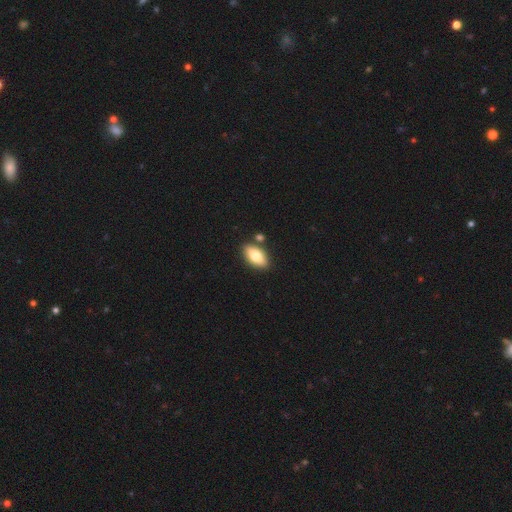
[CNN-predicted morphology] This is likely a smooth galaxy (75%). How rounded: clearly in between (91%). Merging: clearly none (81%).